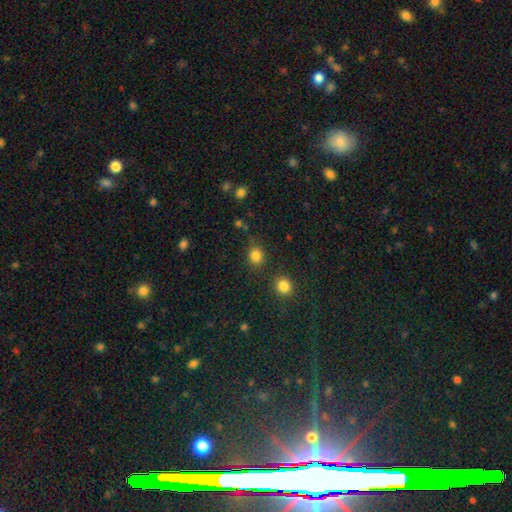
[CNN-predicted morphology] This appears to be a smooth galaxy with no disk features (83%) that is round (80%). Merging: none (79%).